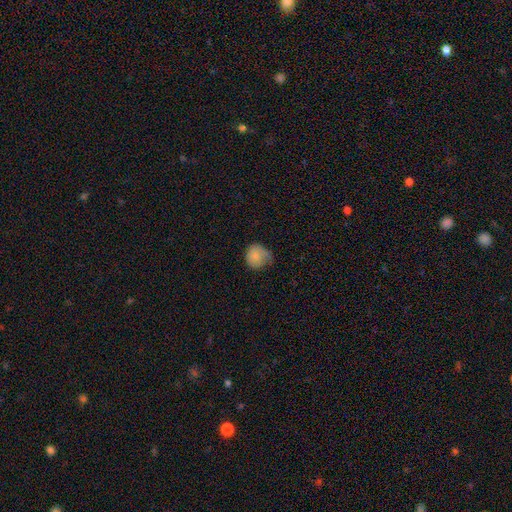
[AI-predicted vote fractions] The model was most divided on "merging": none: 42%, minor disturbance: 37%, major disturbance: 19%, merger: 2%. More confident: smooth or featured — smooth (80%); how rounded — round (79%).